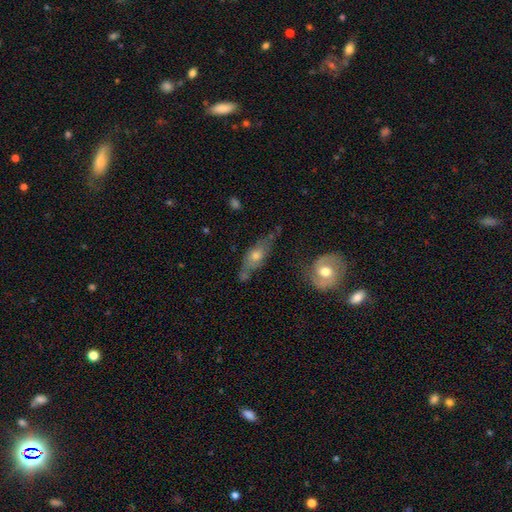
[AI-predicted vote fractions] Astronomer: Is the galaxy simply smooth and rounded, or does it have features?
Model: featured or disk — 51% (runner-up: smooth, 41%).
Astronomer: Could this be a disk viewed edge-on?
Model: no — 63%.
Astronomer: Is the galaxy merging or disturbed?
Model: none — 53%.